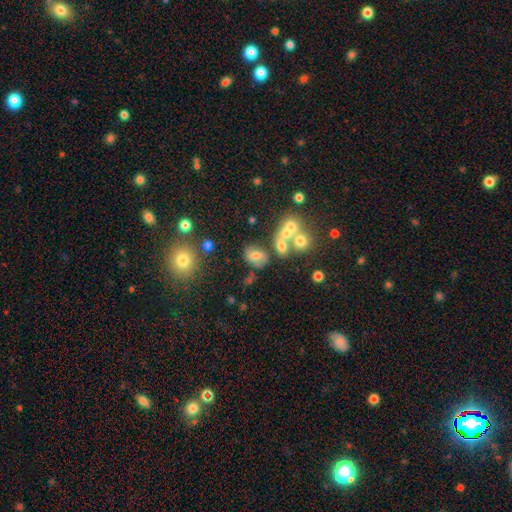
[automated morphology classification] Smooth or featured? smooth (49%)
Merging? none (56%)